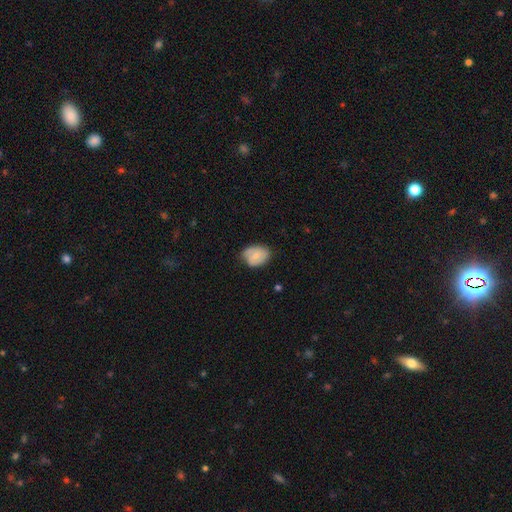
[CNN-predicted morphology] This is possibly a smooth galaxy (60%). How rounded: likely in between (67%). Merging: likely none (61%).